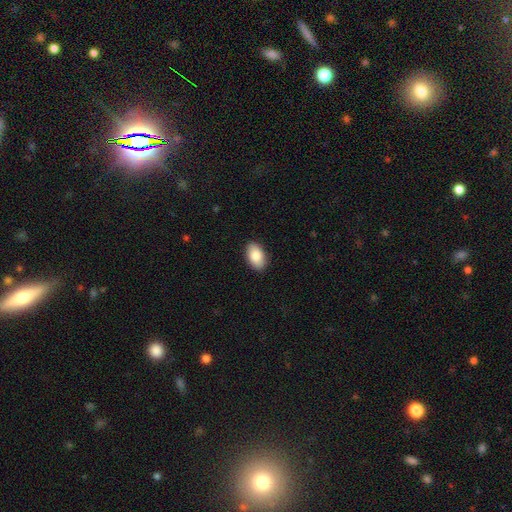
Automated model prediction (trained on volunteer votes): This is clearly a smooth galaxy (87%). How rounded: clearly in between (94%). Merging: clearly none (89%).